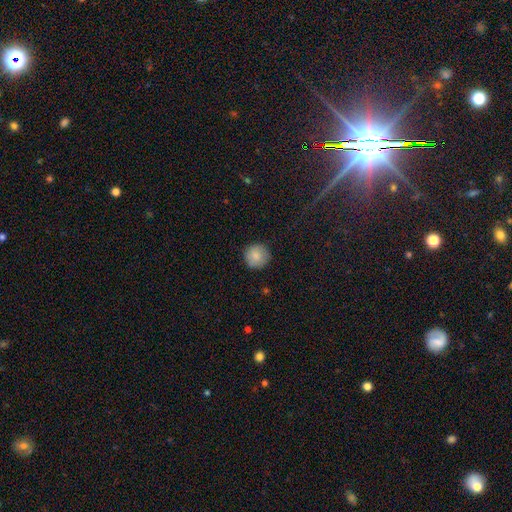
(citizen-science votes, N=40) Smooth or featured? smooth (82%)
How rounded? round (100%)
Merging? none (86%)